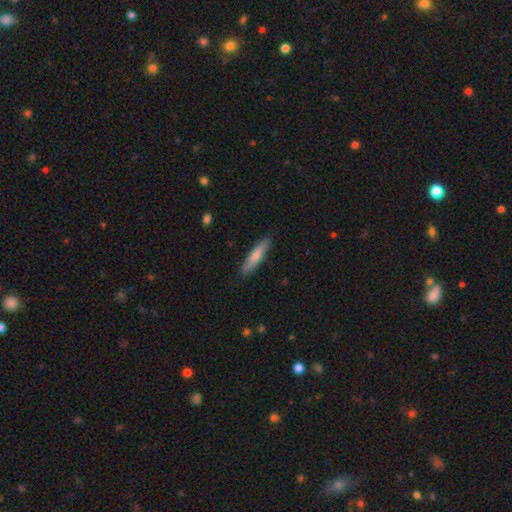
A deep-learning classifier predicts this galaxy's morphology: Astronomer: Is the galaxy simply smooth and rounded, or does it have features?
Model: smooth — 73%.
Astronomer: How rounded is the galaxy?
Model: cigar-shaped — 85%.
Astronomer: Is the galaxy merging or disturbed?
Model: none — 87%.